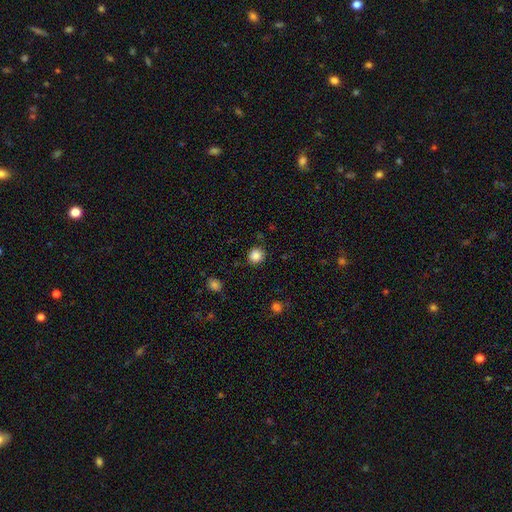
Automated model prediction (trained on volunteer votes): smooth 86%, star or artifact 11%, featured or disk 3%. Down the decision tree: how rounded — round (93%); merging — none (90%).